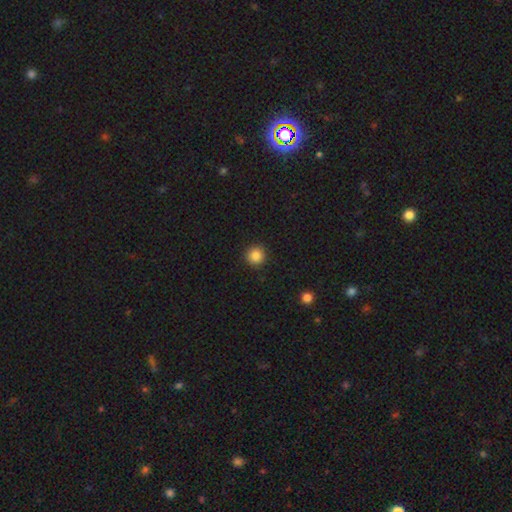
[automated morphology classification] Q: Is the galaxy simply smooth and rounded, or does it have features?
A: smooth — 86%.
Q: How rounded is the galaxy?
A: round — 95%.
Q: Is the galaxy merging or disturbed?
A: none — 93%.